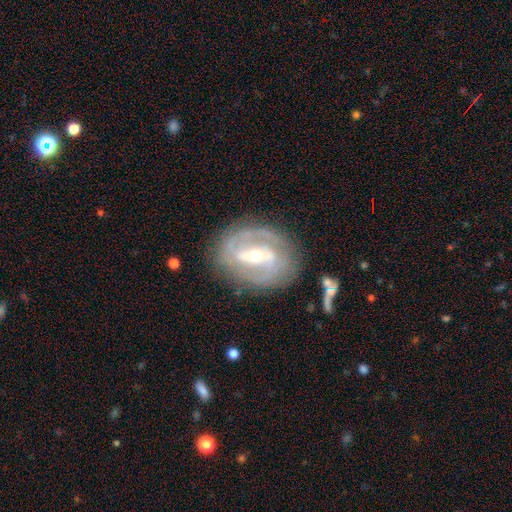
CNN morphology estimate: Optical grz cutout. It shows a featured or disk galaxy (85%) with a strong bar (50%), 2 (70%) tight (50%) spiral arms (87%) and a moderate central bulge (54%). Merging: none (77%).